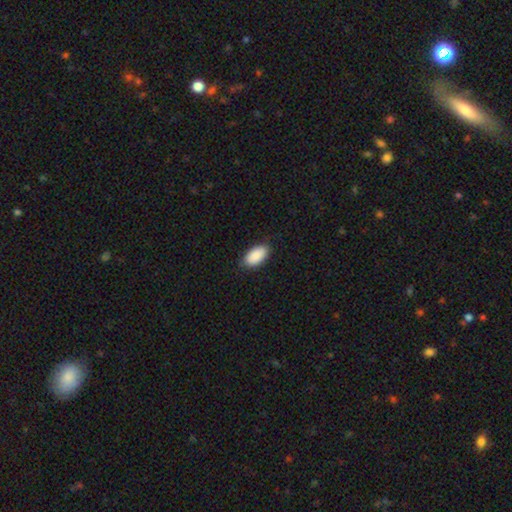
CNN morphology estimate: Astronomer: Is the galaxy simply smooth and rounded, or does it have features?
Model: smooth — 91%.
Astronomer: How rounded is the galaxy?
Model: in between — 95%.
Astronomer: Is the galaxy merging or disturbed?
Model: none — 84%.